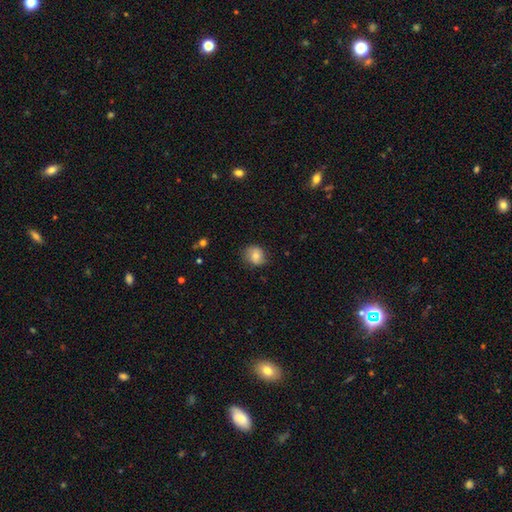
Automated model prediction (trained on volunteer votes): smooth-or-featured: smooth: 73% | featured or disk: 18% | star or artifact: 9%
  how-rounded: round: 70% | in between: 29% | cigar-shaped: 1%
  merging: none: 76% | minor disturbance: 19% | major disturbance: 4% | merger: 1%